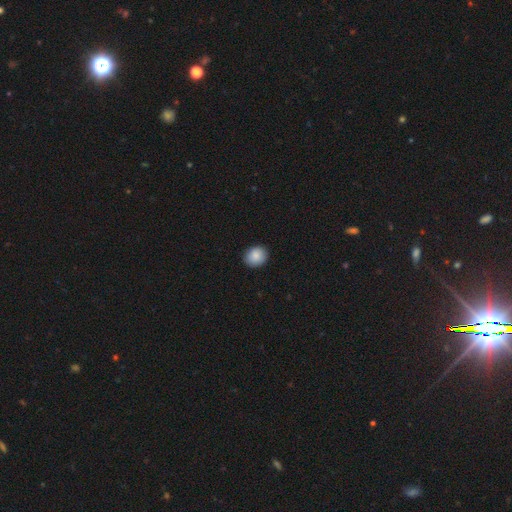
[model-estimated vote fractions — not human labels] Morphology: type=smooth (88%); roundness=round (62%); merging=none (89%).